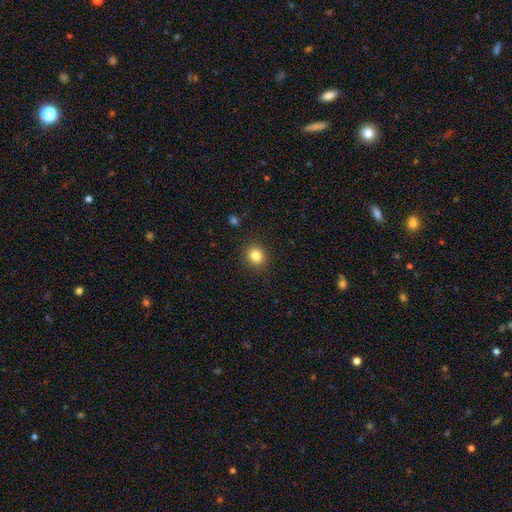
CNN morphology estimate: smooth_or_featured: smooth (p=0.83) [alt: star or artifact p=0.11]
how_rounded: round (p=0.77) [alt: in between p=0.22]
merging: none (p=0.90) [alt: minor disturbance p=0.07]